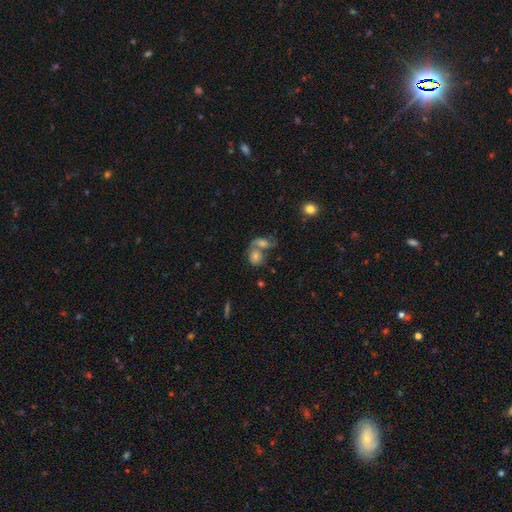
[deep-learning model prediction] The model was most divided on "smooth or featured": smooth: 47%, featured or disk: 34%, star or artifact: 18%. More confident: merging — merger (52%).